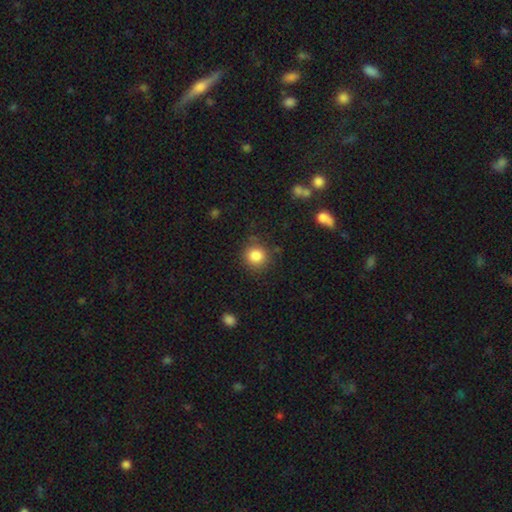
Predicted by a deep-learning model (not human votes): The model was most divided on "merging": none: 84%, minor disturbance: 10%, major disturbance: 4%, merger: 2%. More confident: how rounded — round (88%); smooth or featured — smooth (86%).